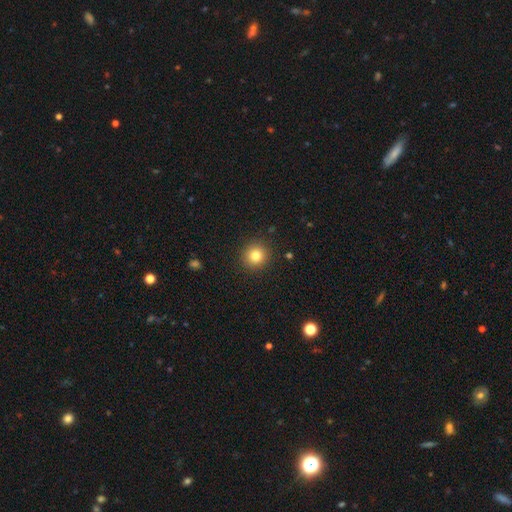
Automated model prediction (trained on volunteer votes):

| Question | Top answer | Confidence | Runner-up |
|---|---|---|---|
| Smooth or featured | smooth | 81% | star or artifact (12%) |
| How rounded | round | 92% | in between (7%) |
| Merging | none | 91% | minor disturbance (6%) |